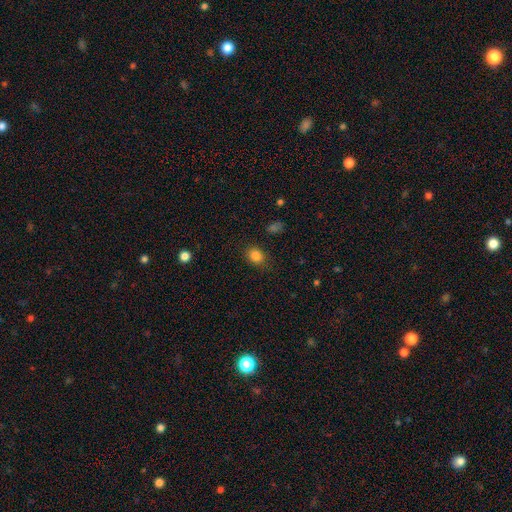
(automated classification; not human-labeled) Smooth or featured?
  - smooth: 84% *
  - star or artifact: 11%
  - featured or disk: 5%
How rounded?
  - in between: 51% *
  - round: 48%
  - cigar-shaped: 1%
Merging?
  - none: 83% *
  - minor disturbance: 12%
  - major disturbance: 4%
  - merger: 1%